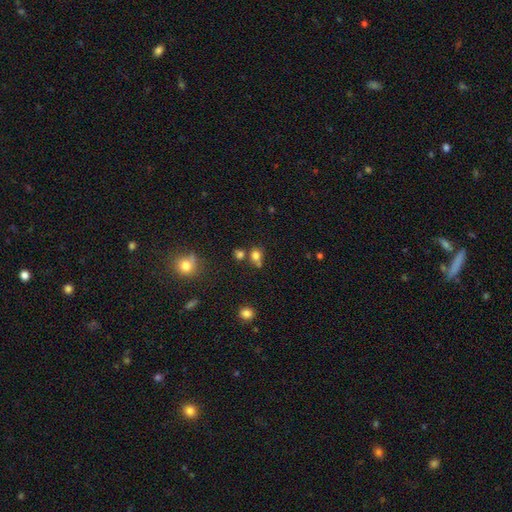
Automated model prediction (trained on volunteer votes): A smooth galaxy with no disk features (75%) that is round (67%). Merging: none (50%).